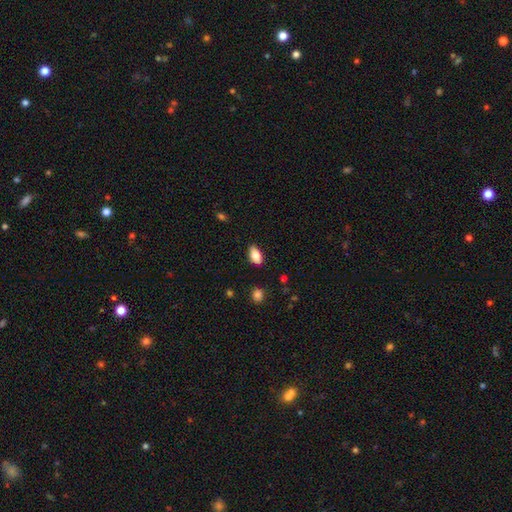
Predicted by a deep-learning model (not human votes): Smooth or featured? smooth (81%)
How rounded? in between (91%)
Merging? none (86%)